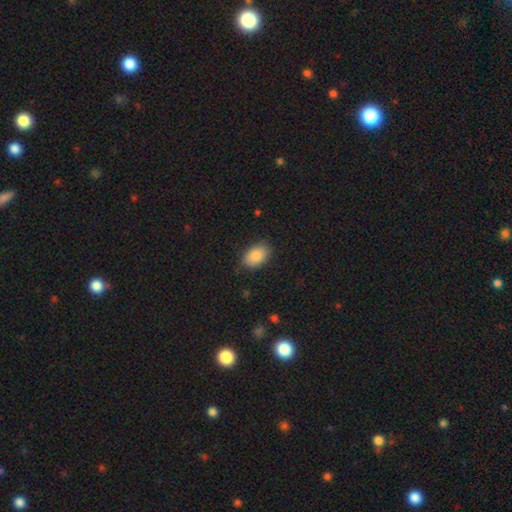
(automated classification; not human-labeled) Q: Smooth or featured?
A: smooth (88%); runner-up: star or artifact (7%)
Q: How rounded?
A: in between (90%); runner-up: round (9%)
Q: Merging?
A: none (82%); runner-up: minor disturbance (14%)